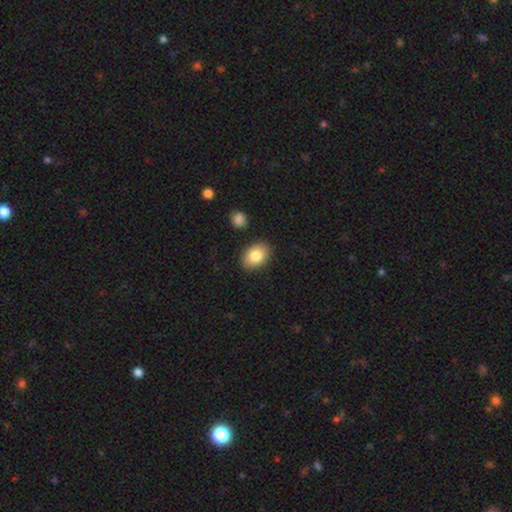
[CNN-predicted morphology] This appears to be a smooth galaxy with no disk features (83%) that is in between round and cigar-shaped (80%). Merging: none (87%).